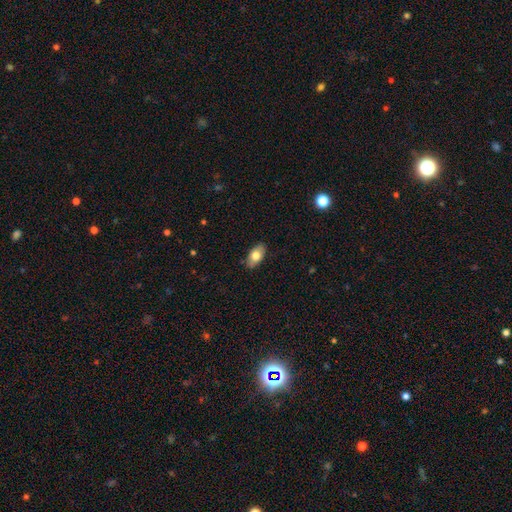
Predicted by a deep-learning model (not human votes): A smooth galaxy with no disk features (74%) that is in between round and cigar-shaped (92%). Merging: none (86%).